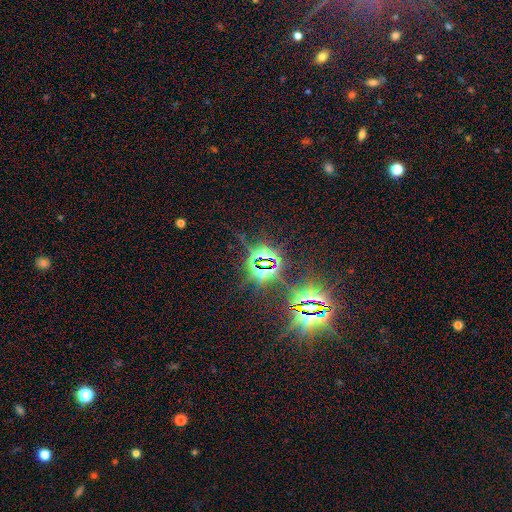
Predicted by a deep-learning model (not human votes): star or artifact 83%, smooth 10%, featured or disk 7%.